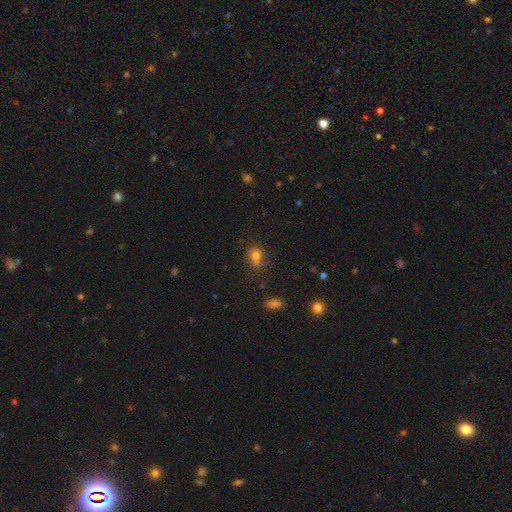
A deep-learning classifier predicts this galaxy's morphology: A smooth galaxy with no disk features (70%) that is round (60%).

Vote fractions:
- Smooth or featured? smooth: 70% / star or artifact: 15% / featured or disk: 14%
- How rounded? round: 60% / in between: 38% / cigar-shaped: 2%
- Merging? none: 44% / merger: 26% / minor disturbance: 20% / major disturbance: 10%